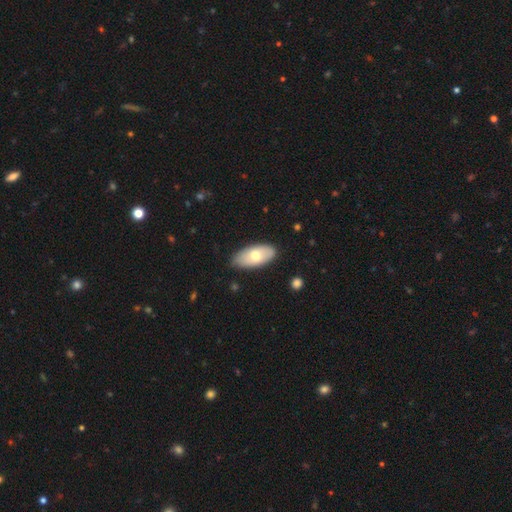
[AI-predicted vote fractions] This appears to be a smooth galaxy with no disk features (67%) that is in between round and cigar-shaped (92%). Merging: none (80%).